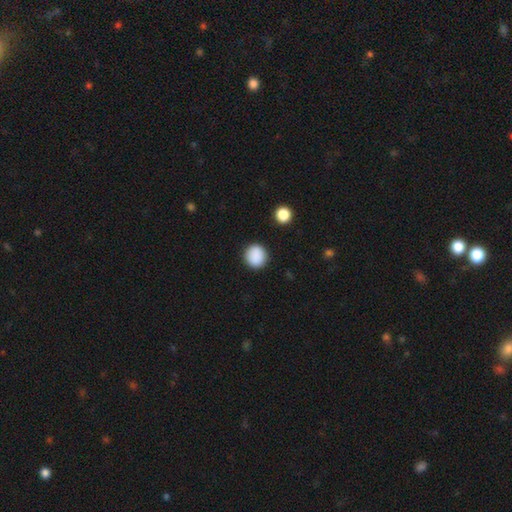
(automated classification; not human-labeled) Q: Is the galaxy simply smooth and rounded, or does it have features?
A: smooth — 88%.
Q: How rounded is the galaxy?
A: round — 91%.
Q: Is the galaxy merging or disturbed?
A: none — 90%.